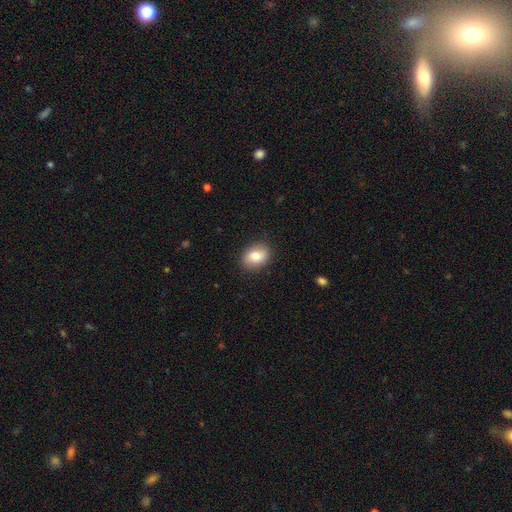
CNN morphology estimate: The model was most divided on "how rounded": in between: 67%, round: 32%, cigar-shaped: 1%. More confident: merging — none (87%); smooth or featured — smooth (83%).